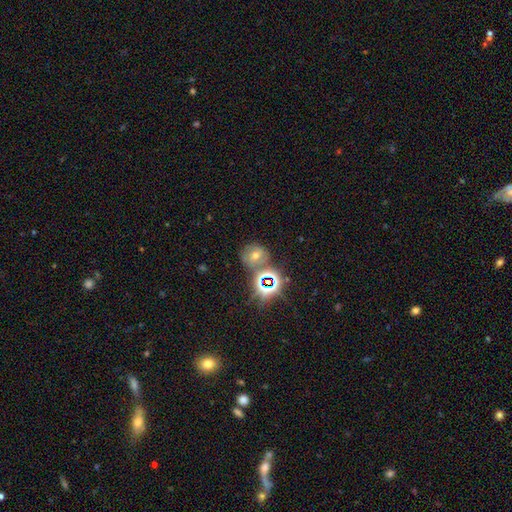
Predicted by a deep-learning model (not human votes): Smooth or featured? Predicted: smooth (p=0.44). Merging? Predicted: none (p=0.61).